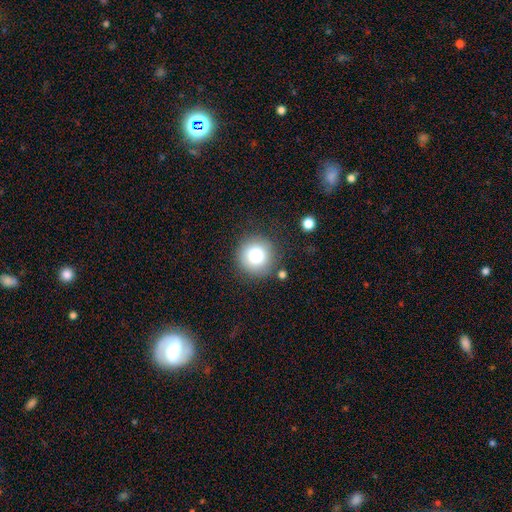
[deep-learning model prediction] Overall: smooth (78%). How rounded: round (95%). Merging: none (84%).